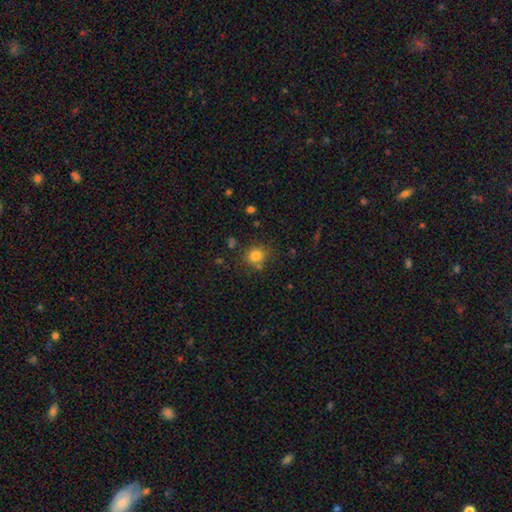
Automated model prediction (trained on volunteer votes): A smooth galaxy with no disk features (80%) that is round (80%). Merging: none (76%).